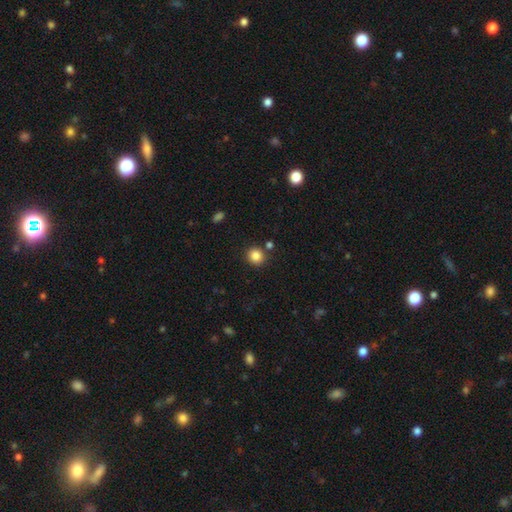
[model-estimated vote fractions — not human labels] Morphology: type=smooth (85%); roundness=round (88%); merging=none (84%).